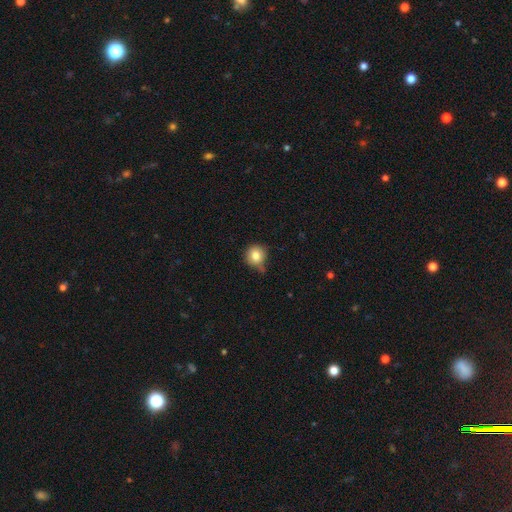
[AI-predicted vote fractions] This appears to be a smooth galaxy with no disk features (82%) that is round (90%). Merging: none (64%).